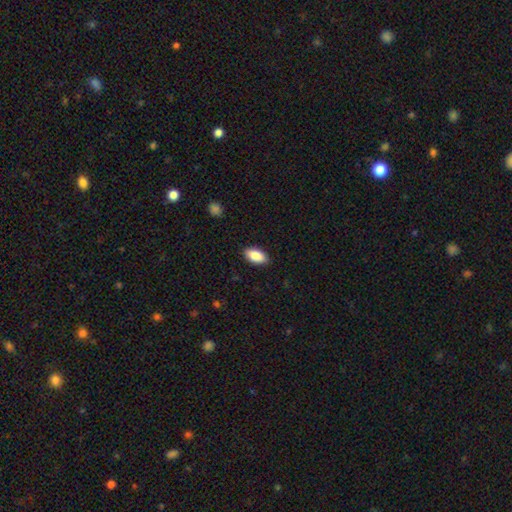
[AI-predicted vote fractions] Overall: smooth (89%). How rounded: in between (94%). Merging: none (88%).